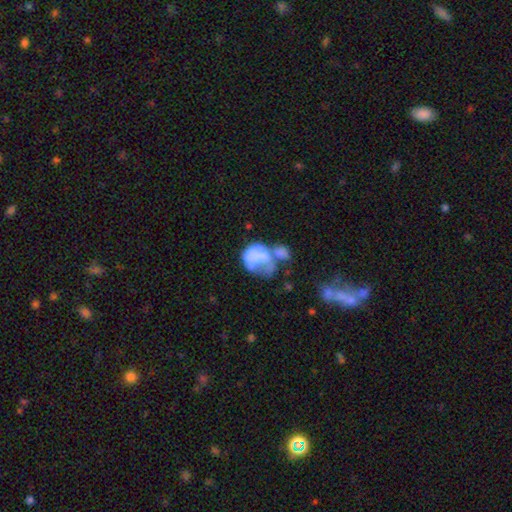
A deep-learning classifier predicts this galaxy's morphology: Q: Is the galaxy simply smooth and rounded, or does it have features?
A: smooth — 50%.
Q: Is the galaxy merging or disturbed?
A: merger — 43%.